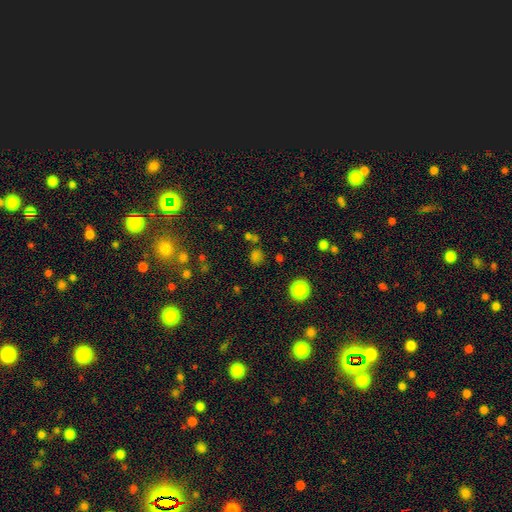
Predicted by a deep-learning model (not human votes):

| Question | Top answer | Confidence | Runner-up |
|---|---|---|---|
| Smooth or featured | smooth | 63% | star or artifact (31%) |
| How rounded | round | 70% | in between (28%) |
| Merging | none | 68% | minor disturbance (13%) |